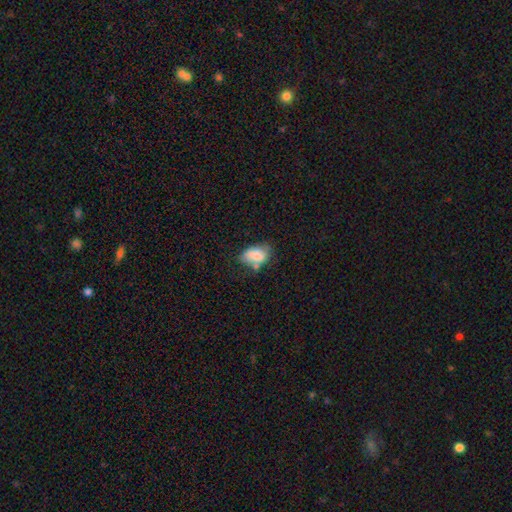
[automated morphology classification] Smooth or featured?
  - smooth: 80% *
  - featured or disk: 11%
  - star or artifact: 9%
How rounded?
  - in between: 88% *
  - round: 10%
  - cigar-shaped: 2%
Merging?
  - none: 42% *
  - minor disturbance: 30%
  - merger: 16%
  - major disturbance: 12%